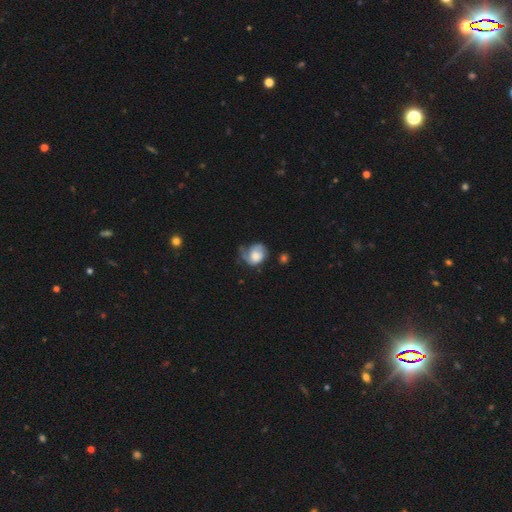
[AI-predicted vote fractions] The model was most divided on "merging": none: 34%, minor disturbance: 32%, major disturbance: 30%, merger: 4%. Remaining: smooth or featured — smooth (49%).